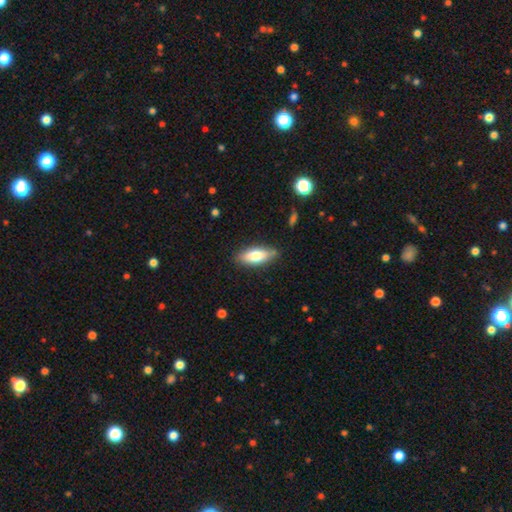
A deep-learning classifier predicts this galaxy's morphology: Smooth or featured? smooth (74%)
How rounded? in between (75%)
Merging? none (83%)